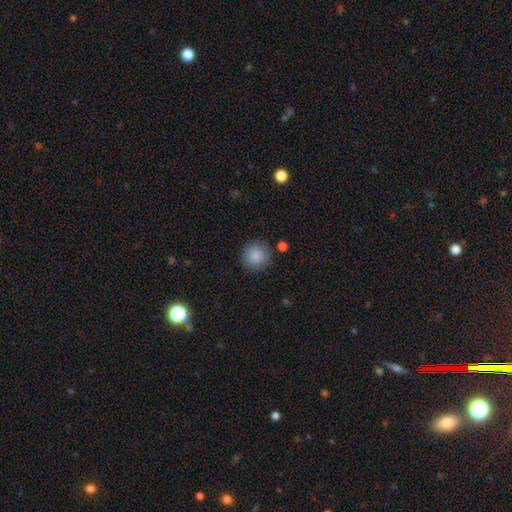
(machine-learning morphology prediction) type=smooth (87%); roundness=round (94%); merging=none (88%).